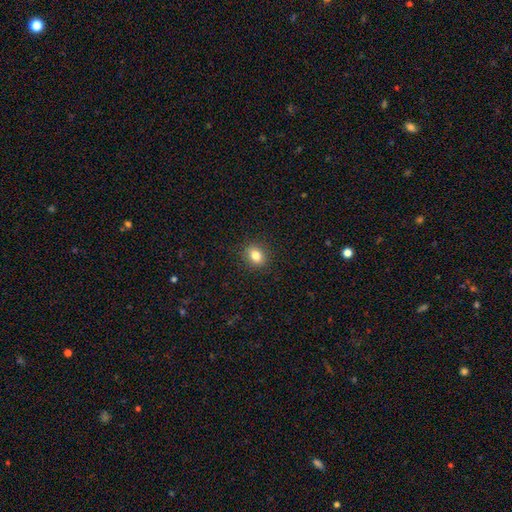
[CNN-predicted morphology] Smooth or featured?
  - smooth: 82% *
  - star or artifact: 11%
  - featured or disk: 7%
How rounded?
  - round: 52% *
  - in between: 46%
  - cigar-shaped: 1%
Merging?
  - none: 90% *
  - minor disturbance: 7%
  - major disturbance: 2%
  - merger: 1%